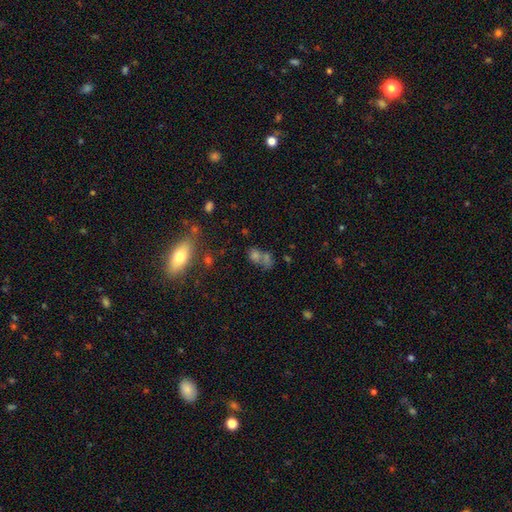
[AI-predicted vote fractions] Morphology: type=smooth (57%); roundness=in between (52%); merging=none (43%).